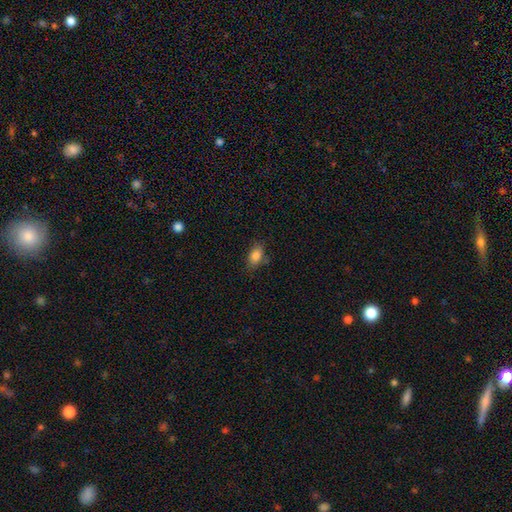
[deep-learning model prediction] This is clearly a smooth galaxy (85%). How rounded: clearly in between (88%). Merging: likely none (73%).